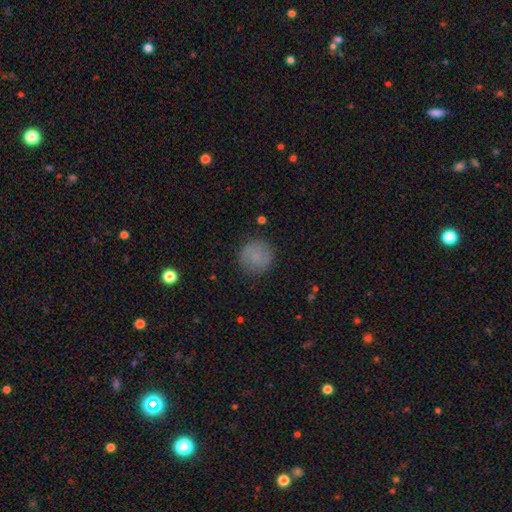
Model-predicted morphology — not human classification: A smooth galaxy with no disk features (81%) that is round (94%).

Vote fractions:
- Smooth or featured? smooth: 81% / featured or disk: 10% / star or artifact: 9%
- How rounded? round: 94% / in between: 5% / cigar-shaped: 1%
- Merging? none: 86% / minor disturbance: 10% / major disturbance: 3% / merger: 1%